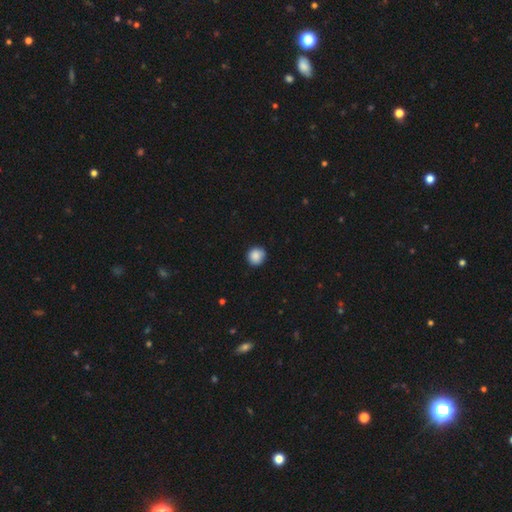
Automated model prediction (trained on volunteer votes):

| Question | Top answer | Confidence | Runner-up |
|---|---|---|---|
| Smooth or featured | smooth | 87% | star or artifact (9%) |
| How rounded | round | 91% | in between (8%) |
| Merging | none | 85% | minor disturbance (12%) |